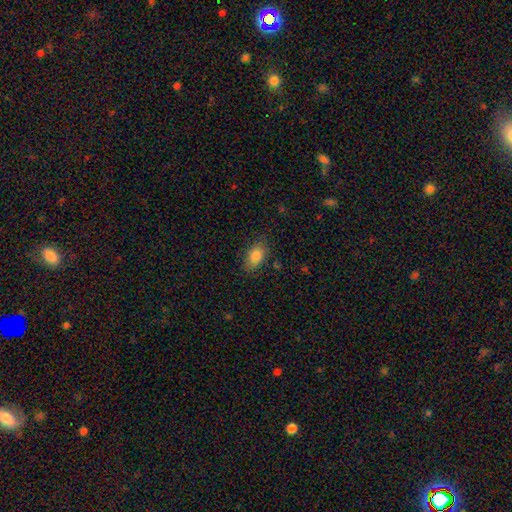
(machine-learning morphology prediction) Overall: smooth (84%). How rounded: in between (89%). Merging: none (81%).